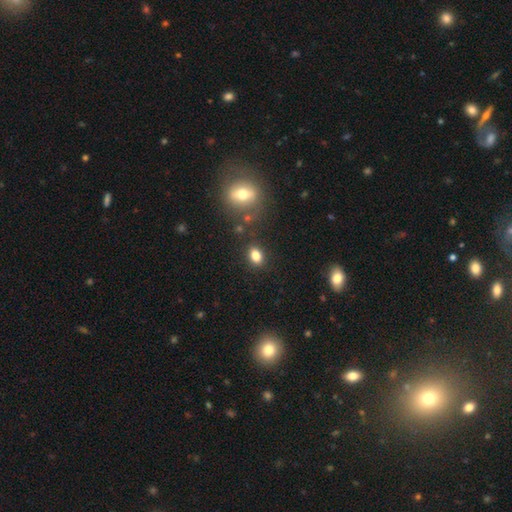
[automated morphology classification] Smooth or featured?
  - smooth: 82% *
  - star or artifact: 11%
  - featured or disk: 7%
How rounded?
  - in between: 70% *
  - round: 28%
  - cigar-shaped: 2%
Merging?
  - none: 83% *
  - minor disturbance: 10%
  - merger: 4%
  - major disturbance: 3%